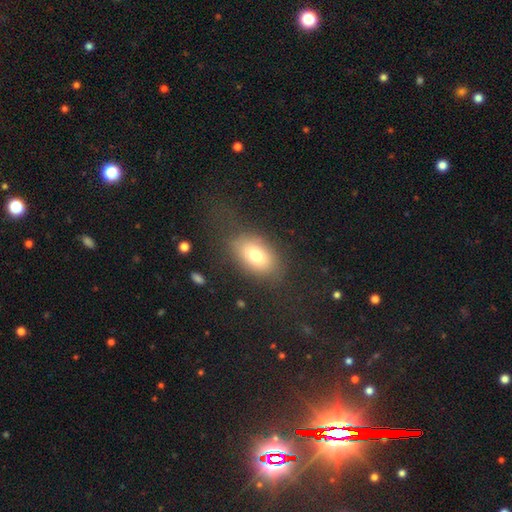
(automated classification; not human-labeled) Smooth or featured?
  - smooth: 73% *
  - featured or disk: 16%
  - star or artifact: 10%
How rounded?
  - in between: 84% *
  - round: 14%
  - cigar-shaped: 2%
Merging?
  - none: 70% *
  - minor disturbance: 16%
  - major disturbance: 13%
  - merger: 2%